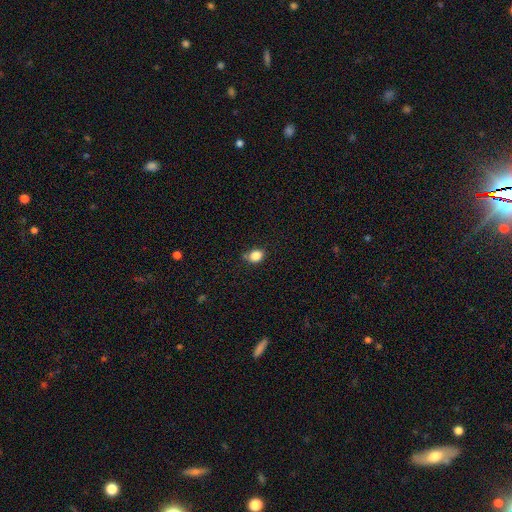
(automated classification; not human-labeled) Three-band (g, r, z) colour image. It shows a smooth galaxy with no disk features (84%) that is round (57%). Merging: none (75%).